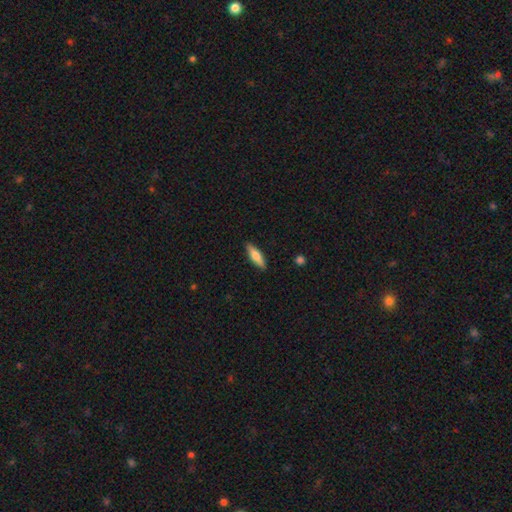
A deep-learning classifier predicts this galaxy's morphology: The model was most divided on "how rounded": cigar-shaped: 60%, in between: 38%, round: 2%. More confident: merging — none (89%); smooth or featured — smooth (66%).